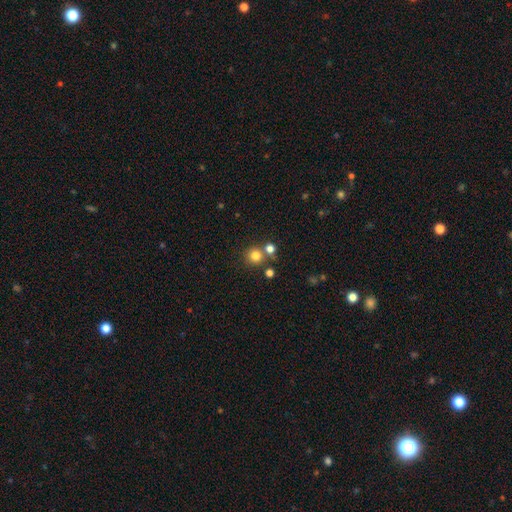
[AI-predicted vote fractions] Morphology: type=smooth (79%); roundness=round (92%); merging=none (70%).